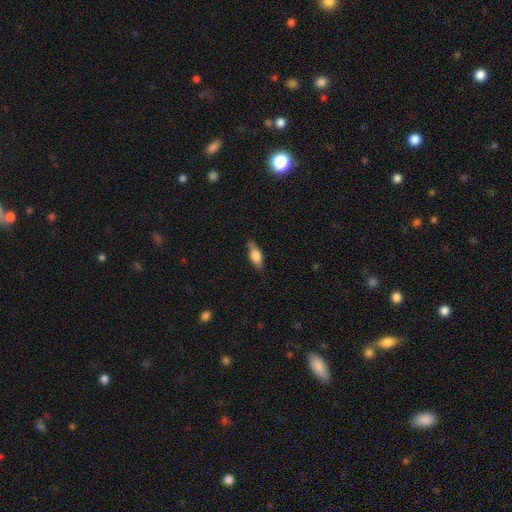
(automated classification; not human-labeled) Q: Smooth or featured?
A: smooth (69%); runner-up: featured or disk (24%)
Q: How rounded?
A: in between (74%); runner-up: cigar-shaped (22%)
Q: Merging?
A: none (77%); runner-up: minor disturbance (18%)